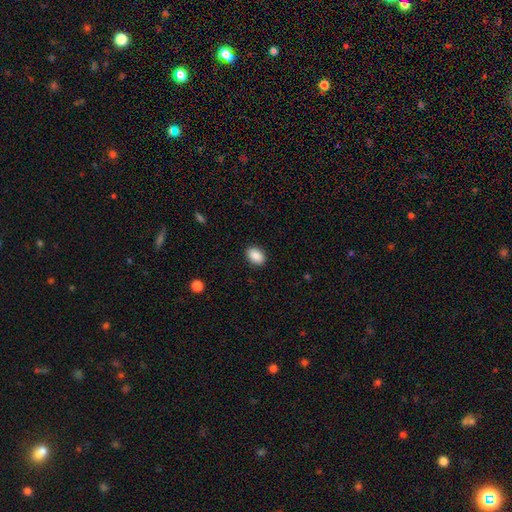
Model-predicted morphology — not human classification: type=smooth (89%); roundness=in between (84%); merging=none (90%).